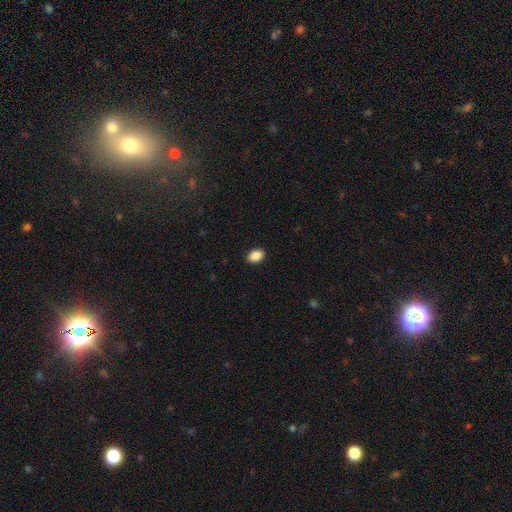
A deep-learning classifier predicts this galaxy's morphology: smooth-or-featured: smooth: 89% | star or artifact: 8% | featured or disk: 3%
  how-rounded: in between: 83% | round: 16% | cigar-shaped: 1%
  merging: none: 90% | minor disturbance: 7% | major disturbance: 2% | merger: 1%